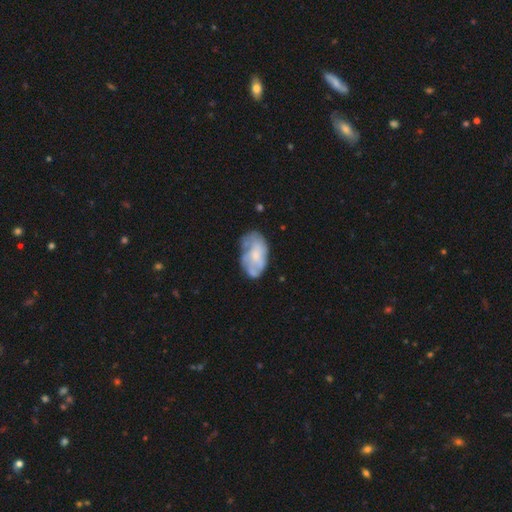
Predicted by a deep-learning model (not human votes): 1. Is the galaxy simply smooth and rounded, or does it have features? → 52% featured or disk, 40% smooth, 7% star or artifact.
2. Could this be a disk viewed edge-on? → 96% no, 4% yes.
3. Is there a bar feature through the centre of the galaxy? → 79% no, 18% weak, 3% strong.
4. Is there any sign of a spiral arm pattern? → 52% no, 48% yes.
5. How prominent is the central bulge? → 45% small, 32% moderate, 18% none, 4% large, 1% dominant.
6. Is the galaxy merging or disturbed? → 55% none, 28% minor disturbance, 13% major disturbance, 4% merger.